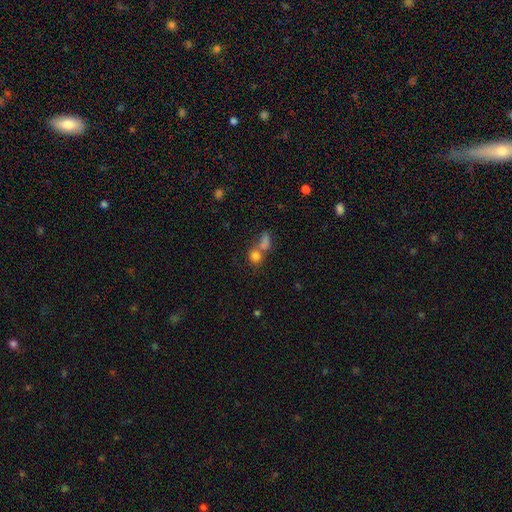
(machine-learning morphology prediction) Smooth or featured: smooth — 78% (star or artifact — 12%)
How rounded: round — 72% (in between — 26%)
Merging: merger — 51% (none — 36%)